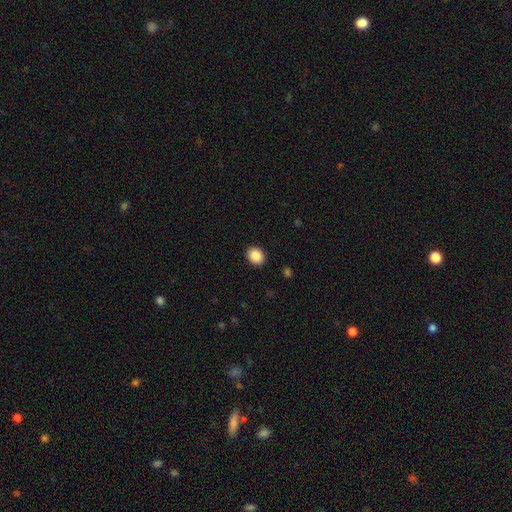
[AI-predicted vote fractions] Smooth or featured? smooth (88%)
How rounded? round (52%)
Merging? none (91%)